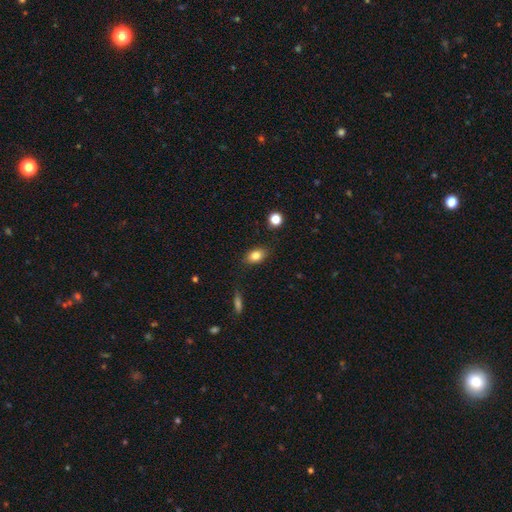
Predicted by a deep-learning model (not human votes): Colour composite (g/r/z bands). It shows a smooth galaxy with no disk features (82%) that is in between round and cigar-shaped (83%). Merging: none (84%).